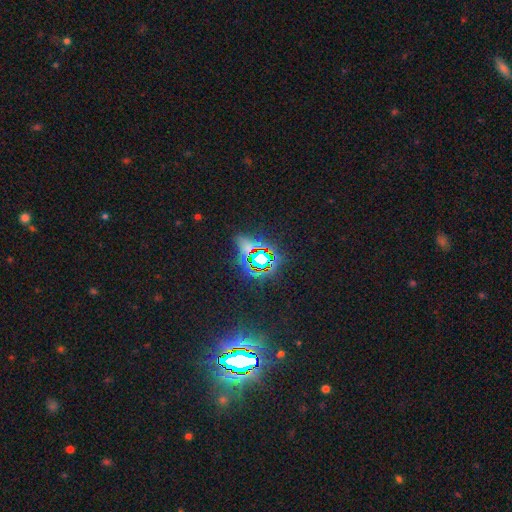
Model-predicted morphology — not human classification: This is likely a star or artifact rather than a galaxy (69%).